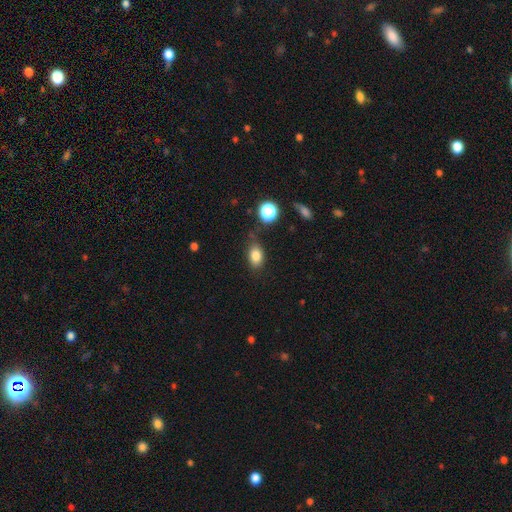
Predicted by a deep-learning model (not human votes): Smooth or featured? Predicted: smooth (p=0.82). How rounded? Predicted: in between (p=0.79). Merging? Predicted: none (p=0.73).